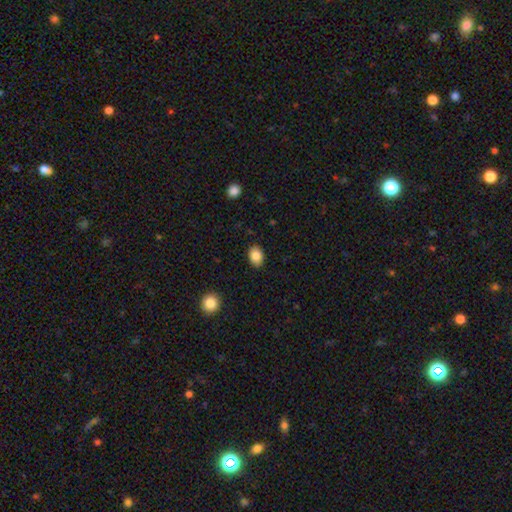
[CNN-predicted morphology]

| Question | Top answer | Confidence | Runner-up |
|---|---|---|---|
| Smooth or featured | smooth | 85% | star or artifact (8%) |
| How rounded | in between | 71% | round (28%) |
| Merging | none | 87% | minor disturbance (10%) |